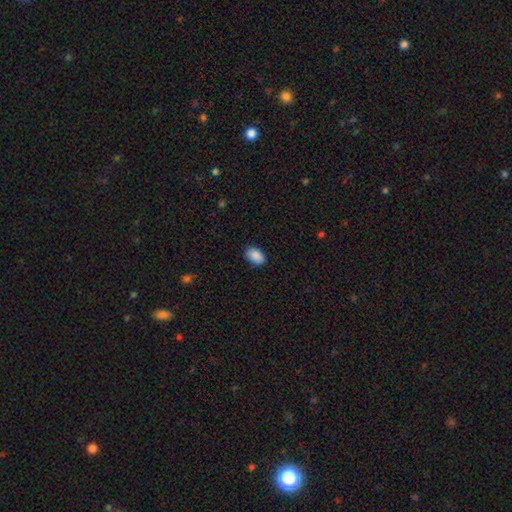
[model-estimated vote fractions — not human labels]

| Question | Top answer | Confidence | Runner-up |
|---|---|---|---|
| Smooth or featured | smooth | 89% | star or artifact (7%) |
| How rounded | in between | 88% | round (10%) |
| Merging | none | 87% | minor disturbance (10%) |